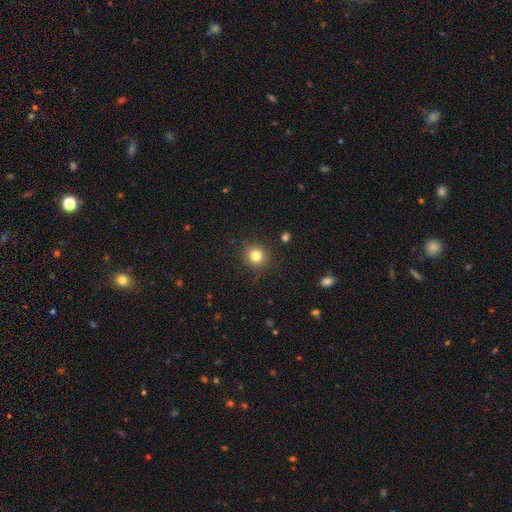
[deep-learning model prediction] A smooth galaxy with no disk features (82%) that is round (89%). Merging: none (89%).